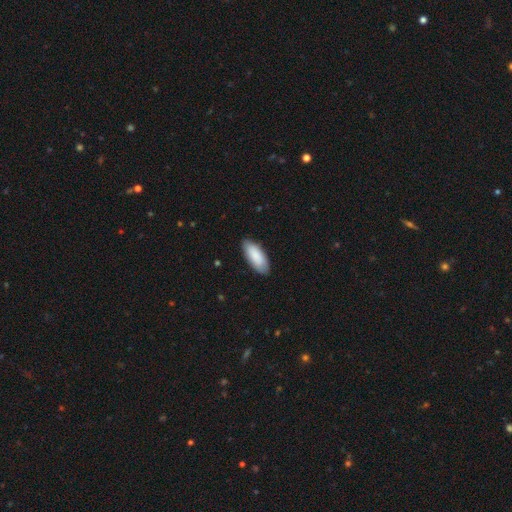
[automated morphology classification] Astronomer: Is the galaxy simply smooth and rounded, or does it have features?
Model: smooth — 87%.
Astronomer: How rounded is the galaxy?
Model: in between — 85%.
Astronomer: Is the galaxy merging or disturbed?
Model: none — 85%.